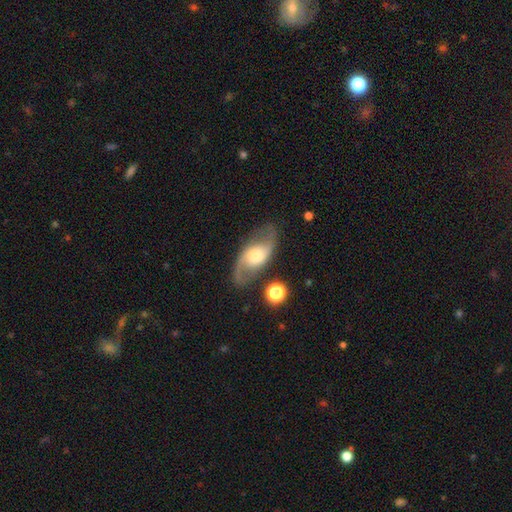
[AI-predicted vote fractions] This appears to be a featured or disk galaxy (79%) with no bar (50%), 2 (92%) loose (53%) spiral arms (92%) and a moderate central bulge (52%). Merging: none (79%).